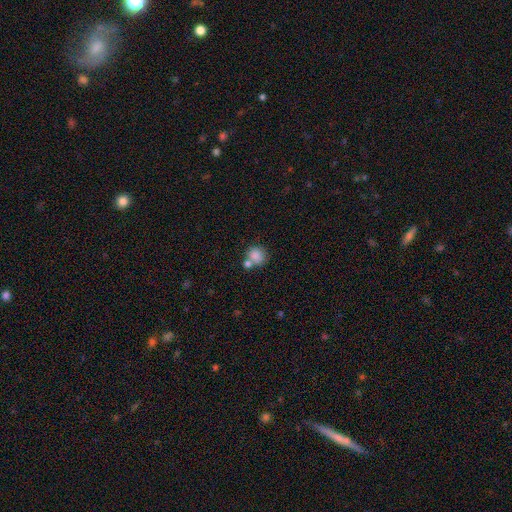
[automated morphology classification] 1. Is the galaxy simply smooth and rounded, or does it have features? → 84% smooth, 9% star or artifact, 7% featured or disk.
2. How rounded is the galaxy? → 80% round, 19% in between, 1% cigar-shaped.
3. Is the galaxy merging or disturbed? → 54% none, 29% merger, 12% minor disturbance, 5% major disturbance.